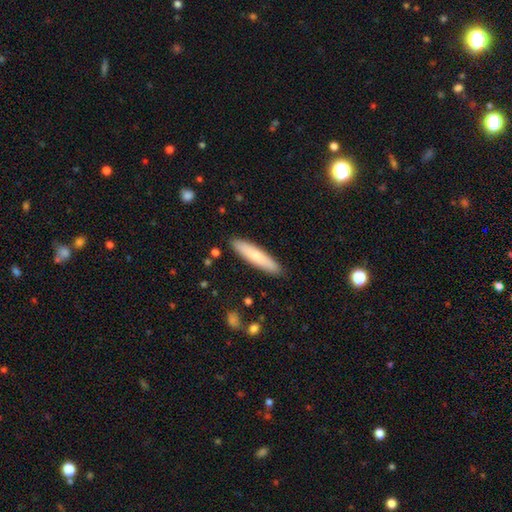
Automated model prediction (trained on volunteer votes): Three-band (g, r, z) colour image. It shows a smooth galaxy with no disk features (71%) that is cigar-shaped (83%). Merging: none (89%).